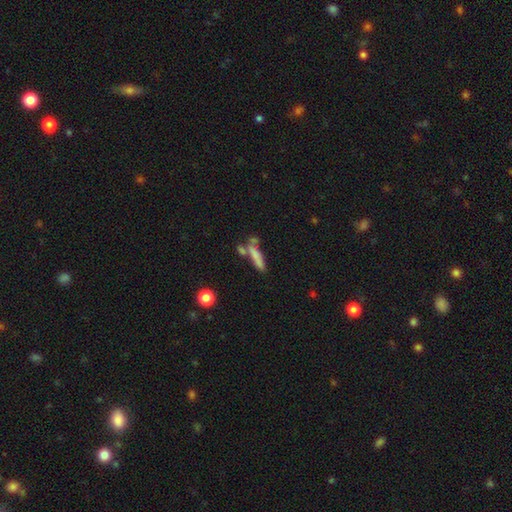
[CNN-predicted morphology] type=smooth (70%); roundness=cigar-shaped (78%); merging=none (49%).